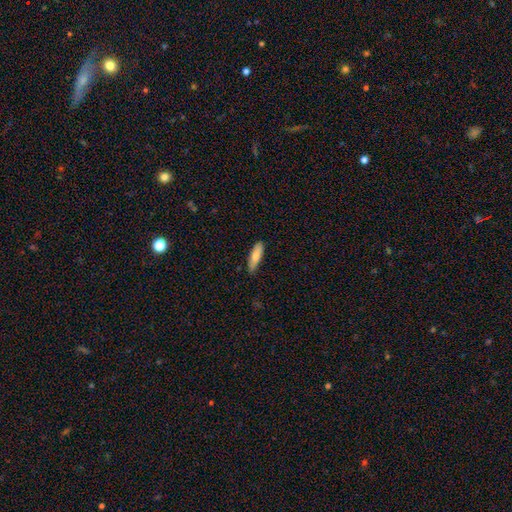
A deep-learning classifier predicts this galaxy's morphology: Smooth or featured?
  - smooth: 74% *
  - featured or disk: 21%
  - star or artifact: 6%
How rounded?
  - cigar-shaped: 55% *
  - in between: 43%
  - round: 2%
Merging?
  - none: 84% *
  - minor disturbance: 13%
  - major disturbance: 2%
  - merger: 1%